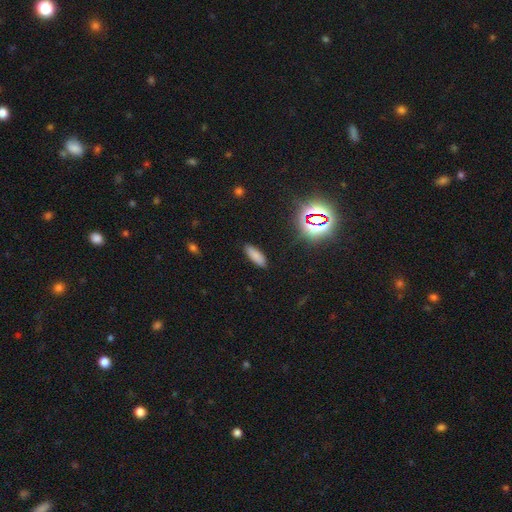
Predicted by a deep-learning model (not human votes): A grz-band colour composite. It shows a smooth galaxy with no disk features (80%) that is in between round and cigar-shaped (62%). Merging: none (88%).